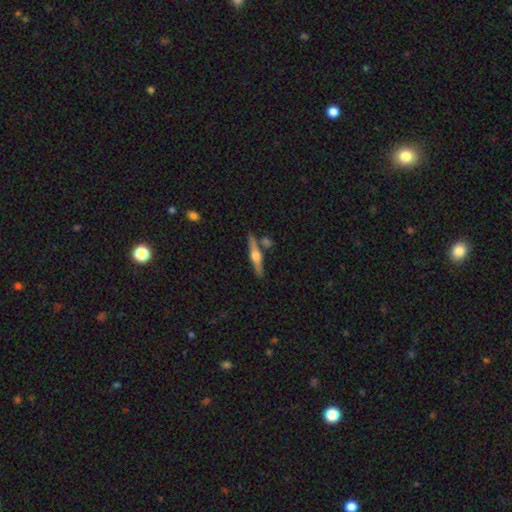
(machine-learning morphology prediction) Q: Smooth or featured?
A: featured or disk (72%); runner-up: smooth (22%)
Q: Edge-on disk?
A: yes (97%); runner-up: no (3%)
Q: Edge-on bulge?
A: rounded (92%); runner-up: boxy (5%)
Q: Merging?
A: none (79%); runner-up: merger (10%)